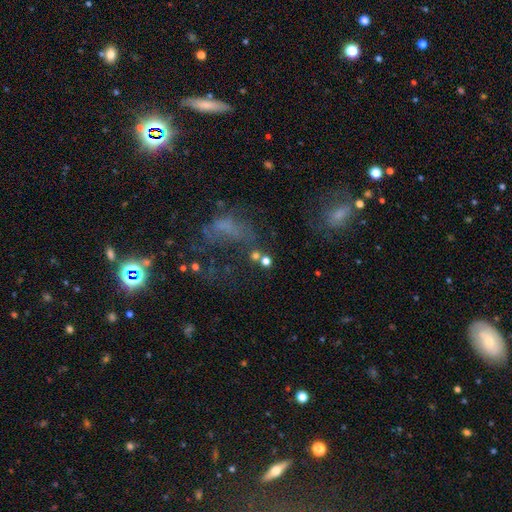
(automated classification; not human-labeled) smooth_or_featured: smooth (p=0.53) [alt: star or artifact p=0.28]
how_rounded: round (p=0.66) [alt: in between p=0.29]
merging: none (p=0.55) [alt: major disturbance p=0.17]